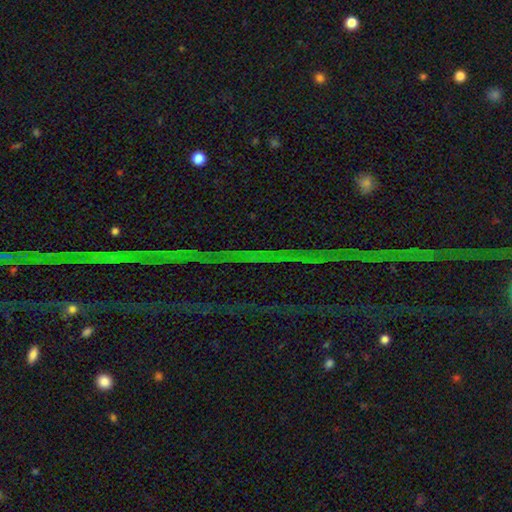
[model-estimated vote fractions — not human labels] The model was most divided on "smooth or featured": star or artifact: 85%, featured or disk: 8%, smooth: 7%.